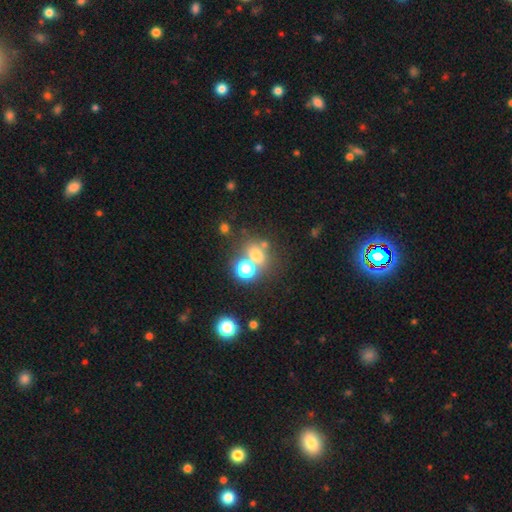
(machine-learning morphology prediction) Smooth or featured? Predicted: smooth (p=0.67). How rounded? Predicted: round (p=0.65). Merging? Predicted: none (p=0.45).